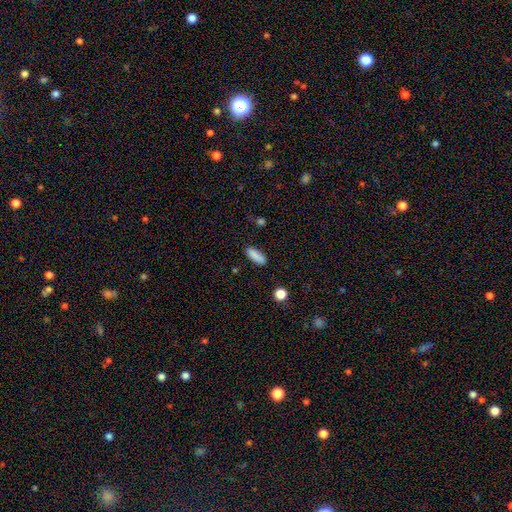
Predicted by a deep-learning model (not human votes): Smooth or featured: smooth — 88% (star or artifact — 8%)
How rounded: in between — 56% (cigar-shaped — 41%)
Merging: none — 86% (minor disturbance — 10%)